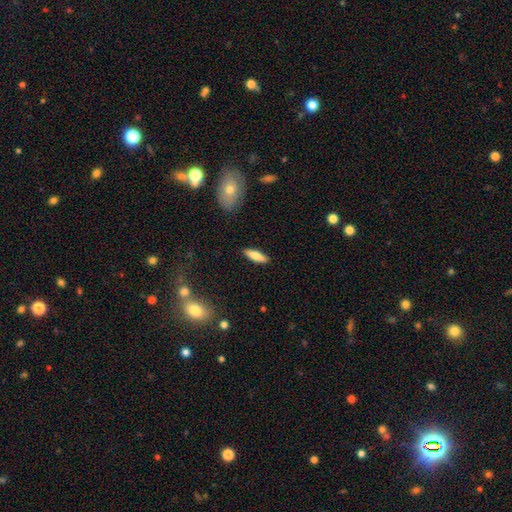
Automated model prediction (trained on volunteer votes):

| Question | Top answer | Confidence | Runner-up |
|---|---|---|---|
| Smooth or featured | smooth | 75% | featured or disk (19%) |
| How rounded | cigar-shaped | 52% | in between (46%) |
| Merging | none | 88% | minor disturbance (8%) |